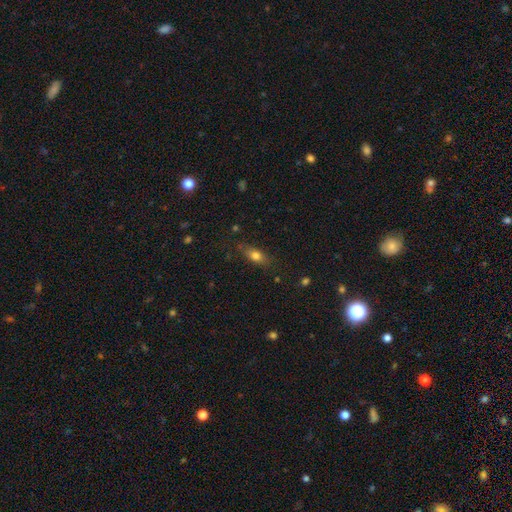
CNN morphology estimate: Q: Smooth or featured?
A: smooth (72%); runner-up: featured or disk (18%)
Q: How rounded?
A: in between (68%); runner-up: cigar-shaped (23%)
Q: Merging?
A: none (75%); runner-up: minor disturbance (18%)